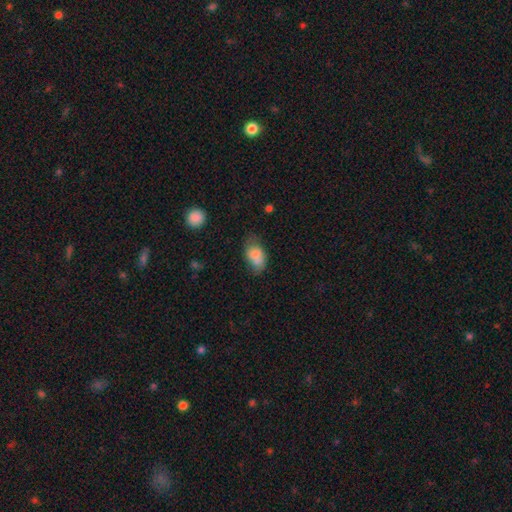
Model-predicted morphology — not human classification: This appears to be a smooth galaxy with no disk features (79%) that is in between round and cigar-shaped (87%). Merging: none (47%).